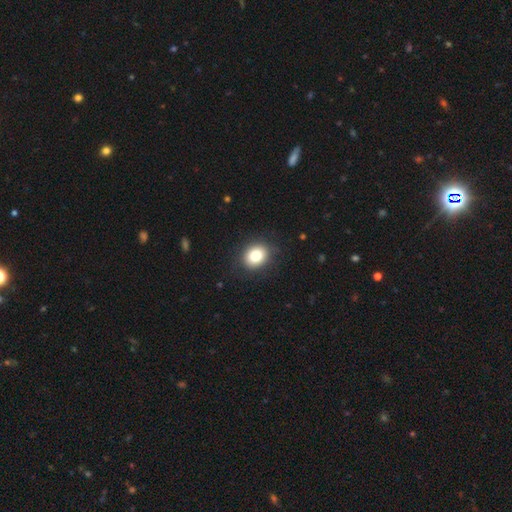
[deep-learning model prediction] Smooth or featured? smooth (83%)
How rounded? round (54%)
Merging? none (86%)